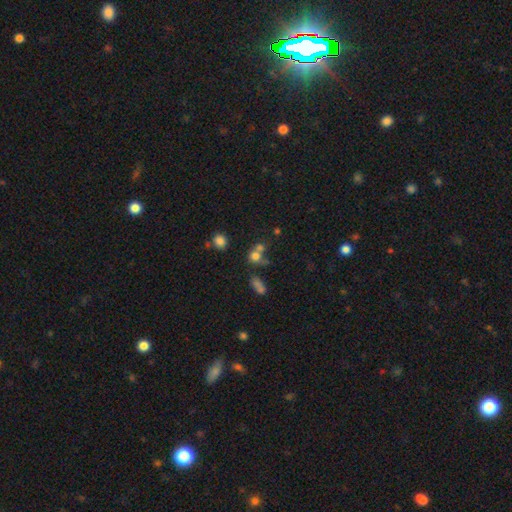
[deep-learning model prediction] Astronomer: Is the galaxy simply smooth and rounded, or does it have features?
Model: smooth — 68%.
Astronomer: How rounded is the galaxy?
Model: round — 74%.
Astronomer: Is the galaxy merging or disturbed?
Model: merger — 45% (runner-up: none, 39%).